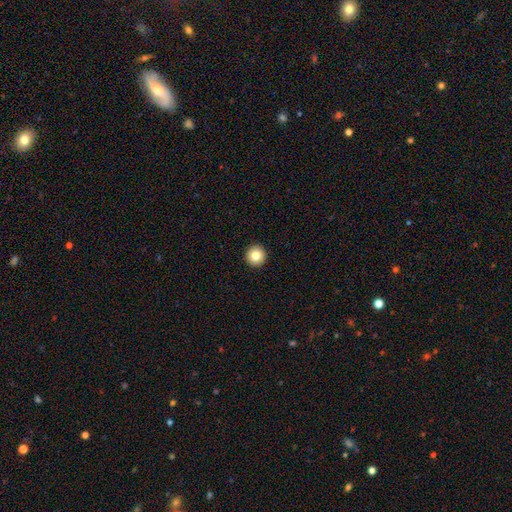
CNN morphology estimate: A smooth galaxy with no disk features (82%) that is round (96%). Merging: none (94%).